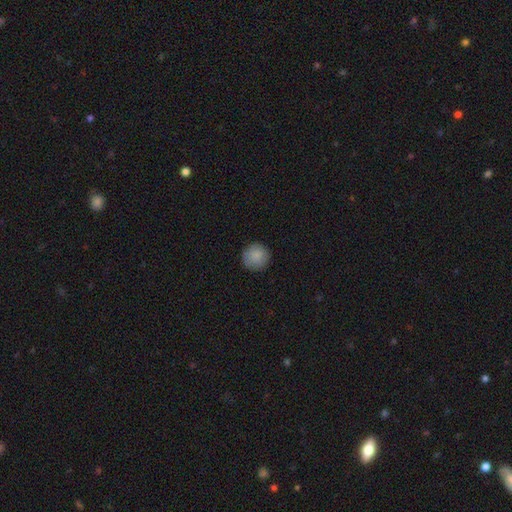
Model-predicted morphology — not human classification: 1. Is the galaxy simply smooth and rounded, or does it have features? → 87% smooth, 8% star or artifact, 6% featured or disk.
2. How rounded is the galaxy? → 94% round, 5% in between, 1% cigar-shaped.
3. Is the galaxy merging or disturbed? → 88% none, 9% minor disturbance, 2% major disturbance, 1% merger.